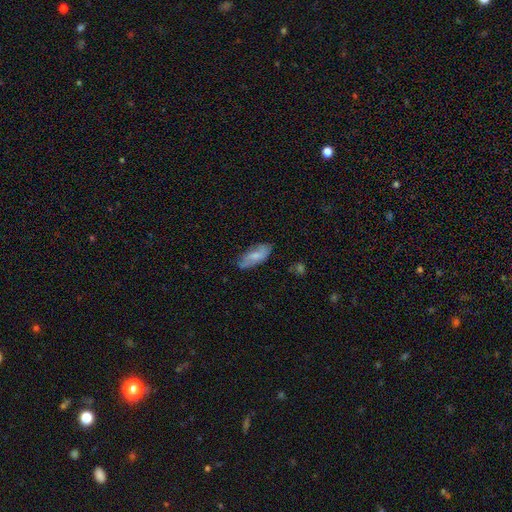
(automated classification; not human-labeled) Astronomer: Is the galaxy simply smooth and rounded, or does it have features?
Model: smooth — 68%.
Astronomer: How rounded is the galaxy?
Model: in between — 78%.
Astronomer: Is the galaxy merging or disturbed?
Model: none — 72%.